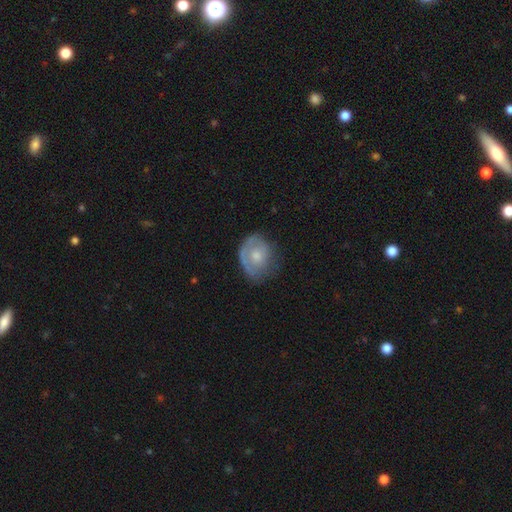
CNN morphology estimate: Smooth or featured: smooth — 49% (featured or disk — 44%)
Merging: none — 56% (minor disturbance — 28%)